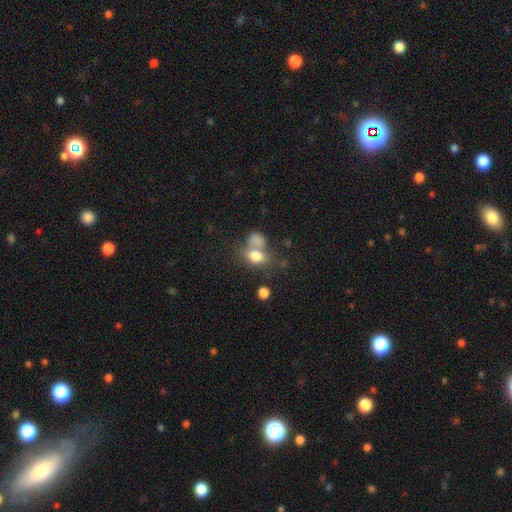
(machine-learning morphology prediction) smooth 75%, featured or disk 14%, star or artifact 11%. Down the decision tree: how rounded — in between (67%); merging — merger (42%).